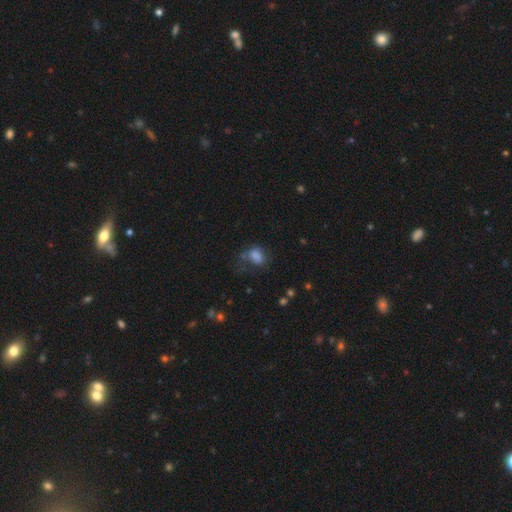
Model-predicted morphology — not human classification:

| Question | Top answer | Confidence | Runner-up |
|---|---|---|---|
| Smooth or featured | smooth | 72% | featured or disk (14%) |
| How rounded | in between | 71% | round (27%) |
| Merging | none | 40% | major disturbance (27%) |